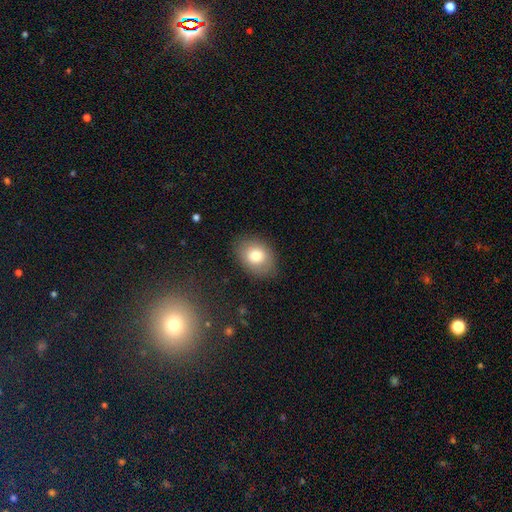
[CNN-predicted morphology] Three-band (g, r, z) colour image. It shows a smooth galaxy with no disk features (78%) that is in between round and cigar-shaped (65%). Merging: none (84%).